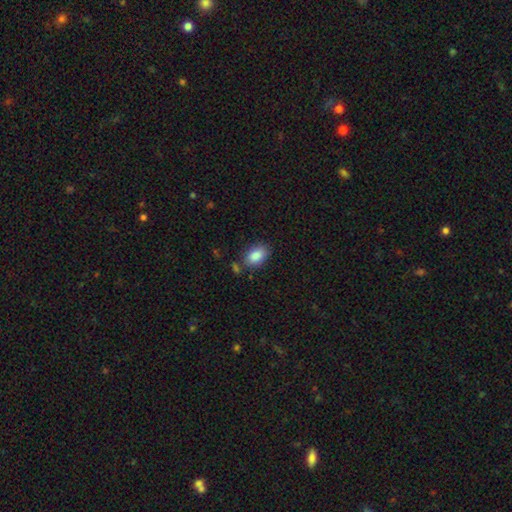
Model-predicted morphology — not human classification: The model was most divided on "merging": none: 75%, minor disturbance: 15%, merger: 6%, major disturbance: 4%. More confident: how rounded — in between (88%); smooth or featured — smooth (87%).